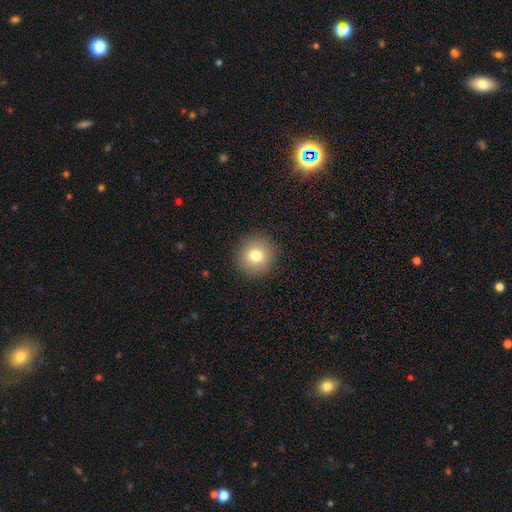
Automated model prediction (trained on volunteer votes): Smooth or featured: smooth — 78% (star or artifact — 11%)
How rounded: round — 93% (in between — 6%)
Merging: none — 91% (minor disturbance — 6%)